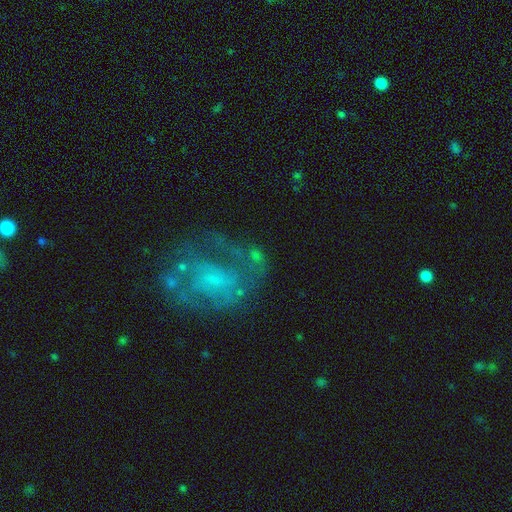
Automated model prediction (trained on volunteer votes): Smooth or featured? Predicted: featured or disk (p=0.67). Edge-on disk? Predicted: no (p=0.97). Bar? Predicted: no (p=0.46). Spiral arms? Predicted: yes (p=0.80). Spiral winding? Predicted: medium (p=0.44). Spiral arm count? Predicted: 2 (p=0.44). Bulge size? Predicted: small (p=0.47). Merging? Predicted: none (p=0.49).